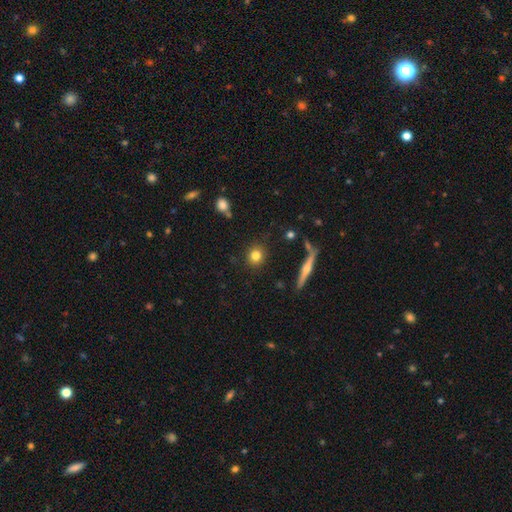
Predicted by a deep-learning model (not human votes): Q: Smooth or featured?
A: smooth (80%); runner-up: featured or disk (10%)
Q: How rounded?
A: round (87%); runner-up: in between (11%)
Q: Merging?
A: none (88%); runner-up: minor disturbance (7%)